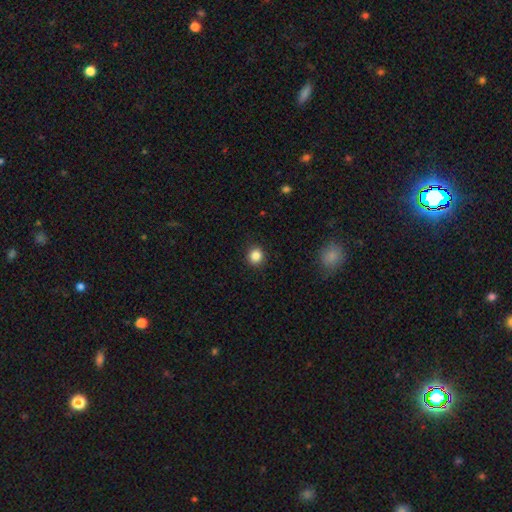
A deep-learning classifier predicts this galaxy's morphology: Smooth or featured? smooth (85%)
How rounded? round (90%)
Merging? none (91%)